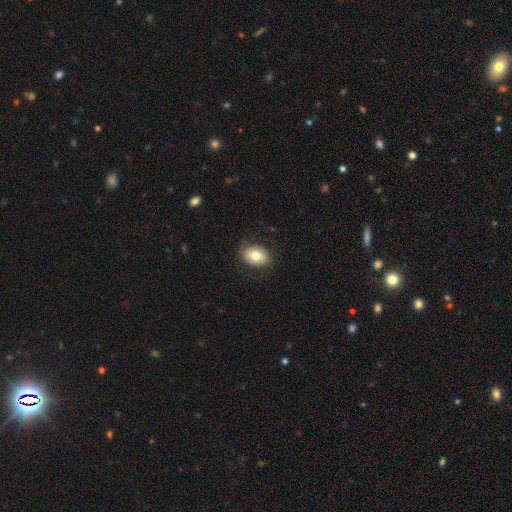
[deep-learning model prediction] The model was most divided on "how rounded": in between: 64%, round: 35%, cigar-shaped: 1%. More confident: merging — none (82%); smooth or featured — smooth (78%).